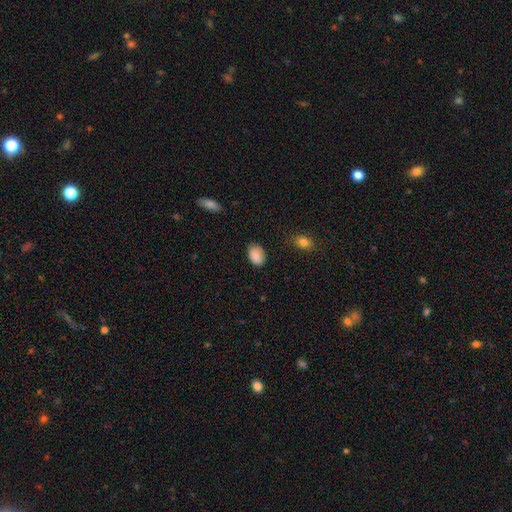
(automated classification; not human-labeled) Smooth or featured?
  - smooth: 89% *
  - star or artifact: 7%
  - featured or disk: 4%
How rounded?
  - in between: 83% *
  - round: 15%
  - cigar-shaped: 1%
Merging?
  - none: 80% *
  - minor disturbance: 15%
  - major disturbance: 3%
  - merger: 1%